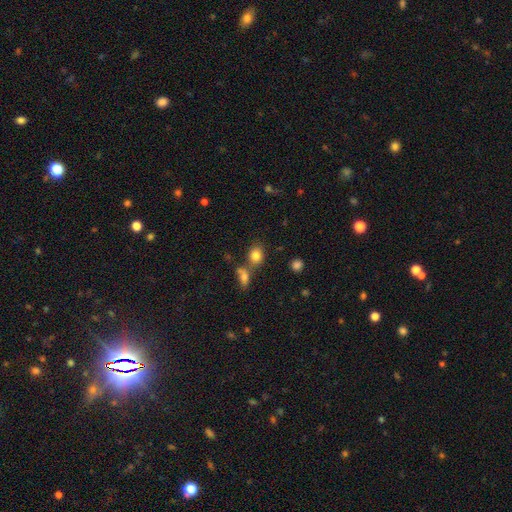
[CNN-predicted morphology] type=smooth (82%); roundness=in between (58%); merging=none (62%).